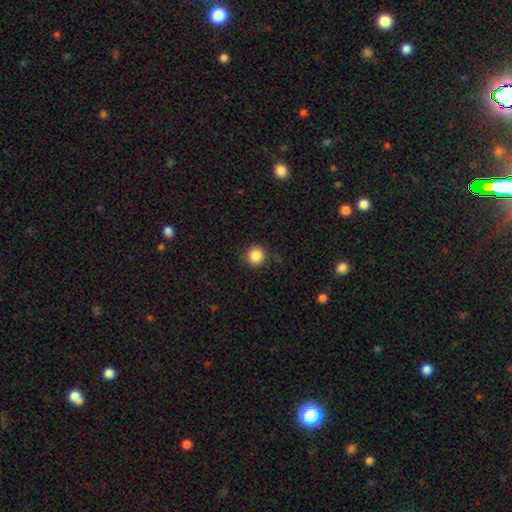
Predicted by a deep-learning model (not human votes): smooth 86%, star or artifact 10%, featured or disk 4%. Down the decision tree: how rounded — round (94%); merging — none (86%).